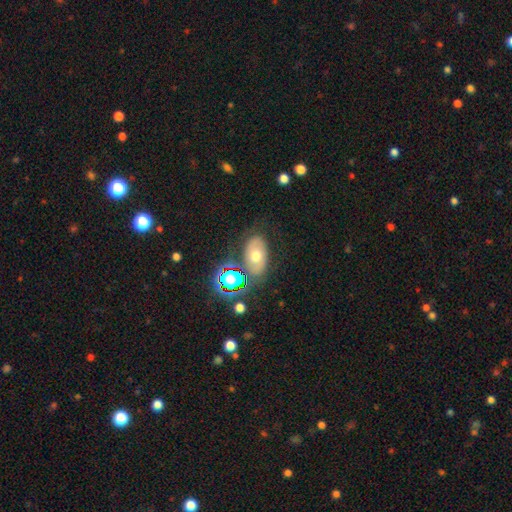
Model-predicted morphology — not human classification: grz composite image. It shows a smooth galaxy with no disk features (52%) that is in between round and cigar-shaped (86%). Merging: none (68%).